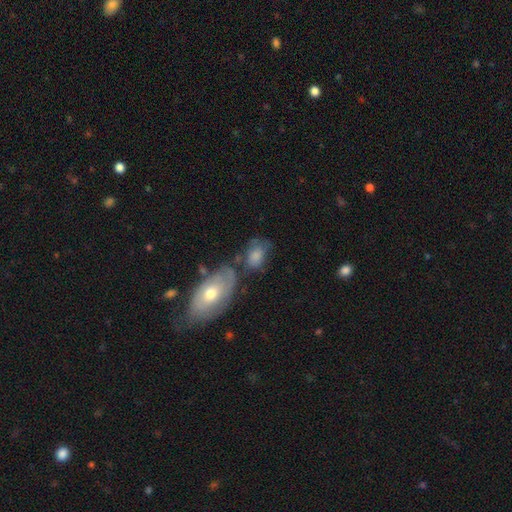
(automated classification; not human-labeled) This is likely a smooth galaxy (71%). How rounded: clearly in between (82%). Merging: marginally none (41%).